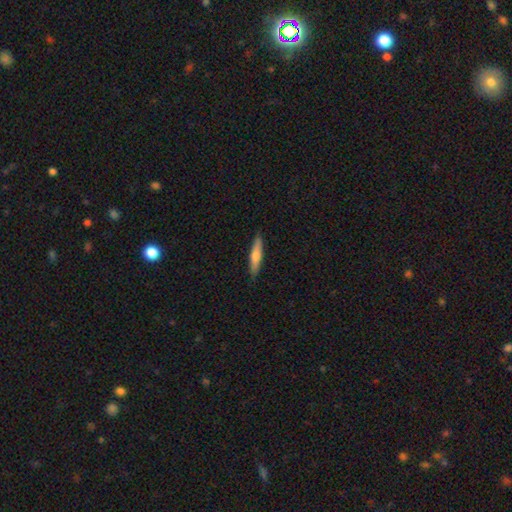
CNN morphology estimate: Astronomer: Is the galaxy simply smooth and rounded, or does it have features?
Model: smooth — 61%.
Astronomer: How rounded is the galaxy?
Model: cigar-shaped — 85%.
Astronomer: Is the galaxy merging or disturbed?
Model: none — 89%.